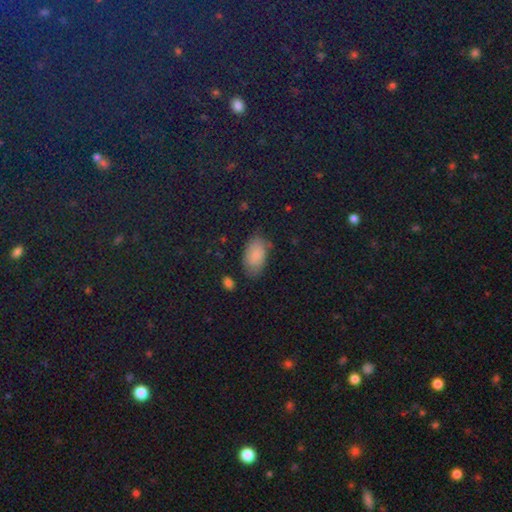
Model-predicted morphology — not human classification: smooth 78%, star or artifact 11%, featured or disk 11%. Down the decision tree: how rounded — in between (93%); merging — none (68%).